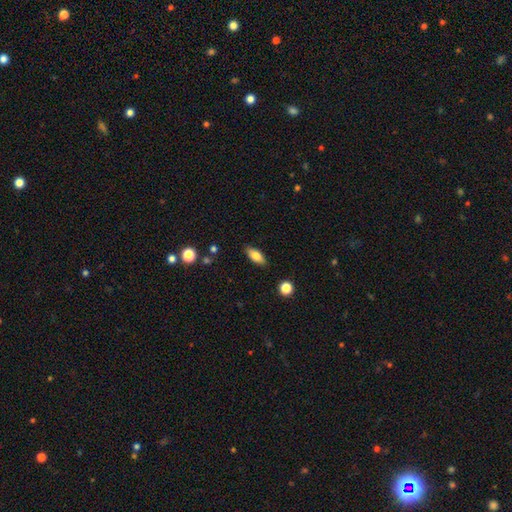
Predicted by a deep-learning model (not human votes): Smooth or featured? Predicted: smooth (p=0.77). How rounded? Predicted: in between (p=0.83). Merging? Predicted: none (p=0.87).